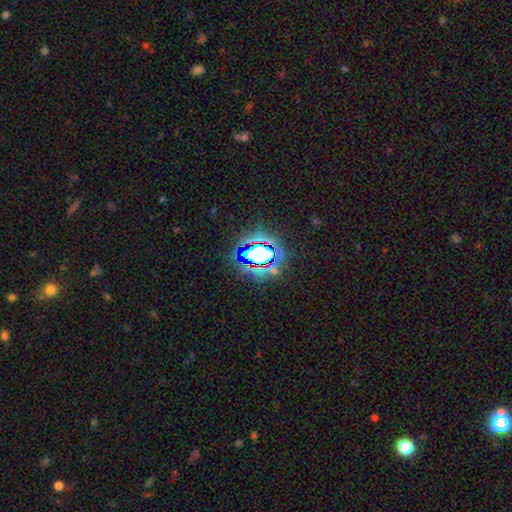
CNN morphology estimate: Smooth or featured? Predicted: star or artifact (p=0.66).